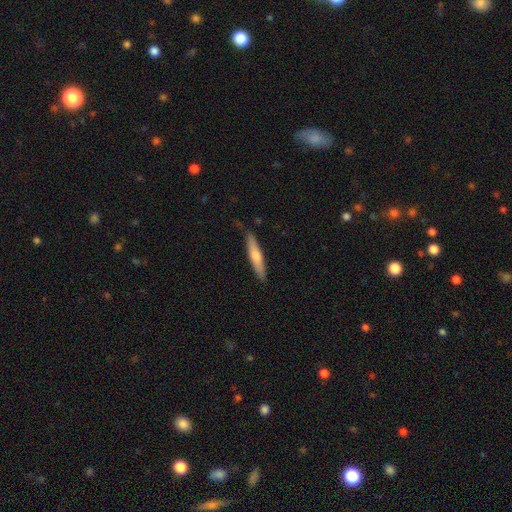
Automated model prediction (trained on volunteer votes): A smooth galaxy with no disk features (61%) that is cigar-shaped (88%). Merging: none (85%).